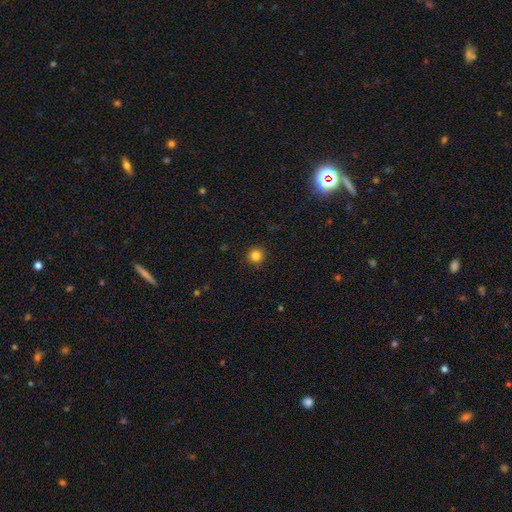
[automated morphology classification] A smooth galaxy with no disk features (83%) that is round (94%). Merging: none (91%).